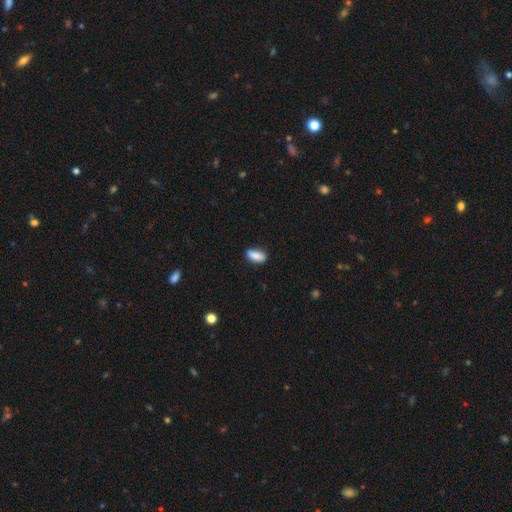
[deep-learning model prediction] smooth 87%, star or artifact 7%, featured or disk 6%. Down the decision tree: how rounded — in between (75%); merging — none (82%).